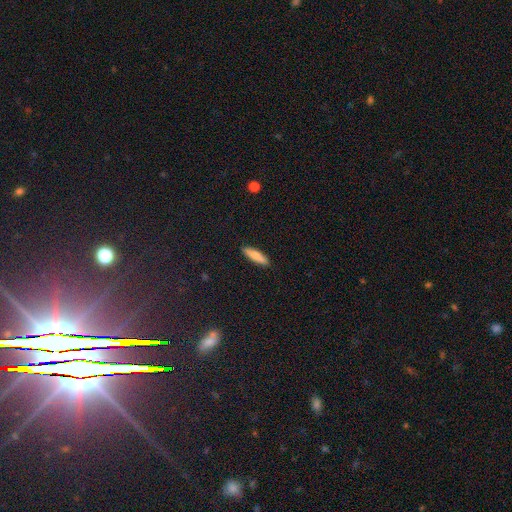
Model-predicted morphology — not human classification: smooth 78%, featured or disk 16%, star or artifact 6%. Down the decision tree: how rounded — cigar-shaped (74%); merging — none (91%).